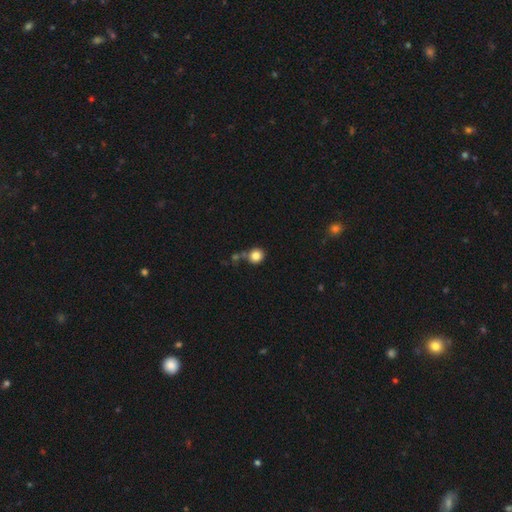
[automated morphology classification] Smooth or featured: smooth — 83% (star or artifact — 10%)
How rounded: round — 91% (in between — 8%)
Merging: none — 65% (merger — 18%)